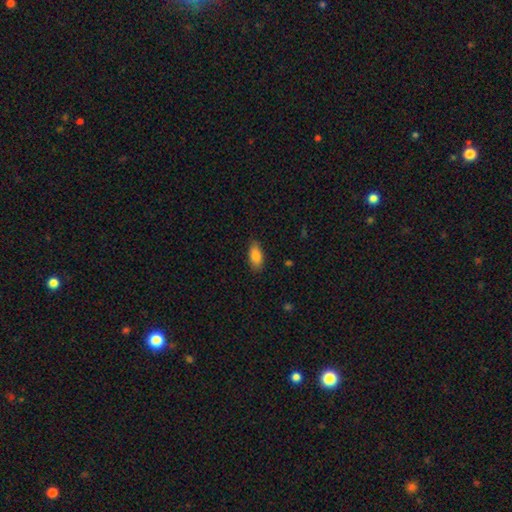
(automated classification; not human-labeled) Q: Smooth or featured?
A: smooth (86%); runner-up: star or artifact (7%)
Q: How rounded?
A: in between (90%); runner-up: cigar-shaped (8%)
Q: Merging?
A: none (84%); runner-up: minor disturbance (13%)